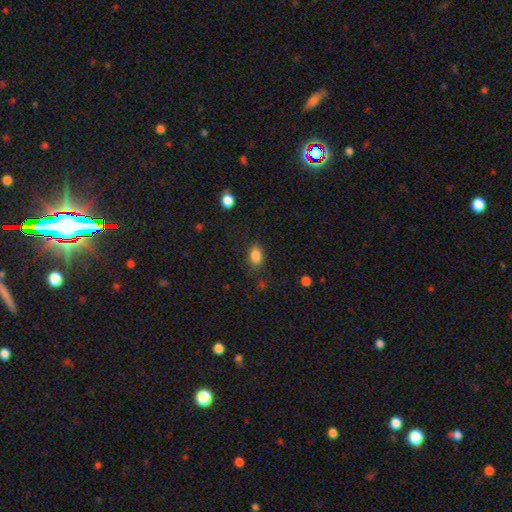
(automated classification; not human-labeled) The model was most divided on "how rounded": in between: 79%, round: 20%, cigar-shaped: 2%. More confident: smooth or featured — smooth (85%); merging — none (78%).